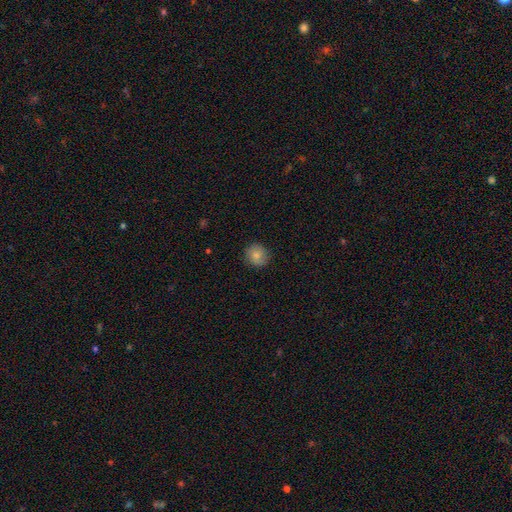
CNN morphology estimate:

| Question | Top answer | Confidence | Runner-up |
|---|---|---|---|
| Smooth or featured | smooth | 76% | featured or disk (12%) |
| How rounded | round | 89% | in between (10%) |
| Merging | none | 88% | minor disturbance (9%) |